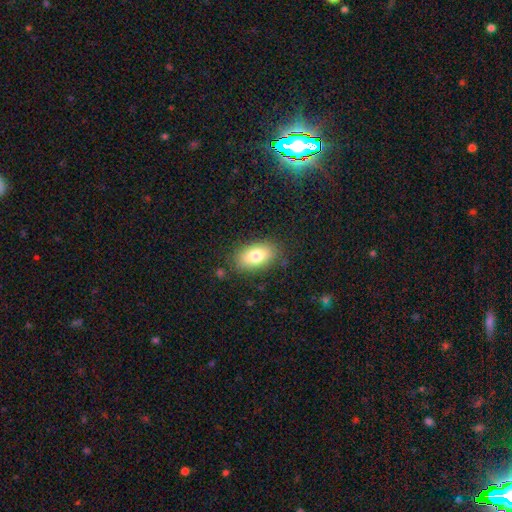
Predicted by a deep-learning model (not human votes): Overall: smooth (79%). How rounded: in between (91%). Merging: none (83%).